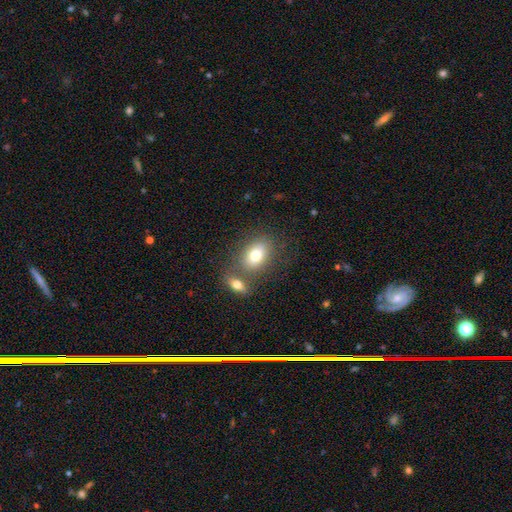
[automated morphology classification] smooth 76%, featured or disk 15%, star or artifact 9%. Down the decision tree: how rounded — in between (78%); merging — none (57%).